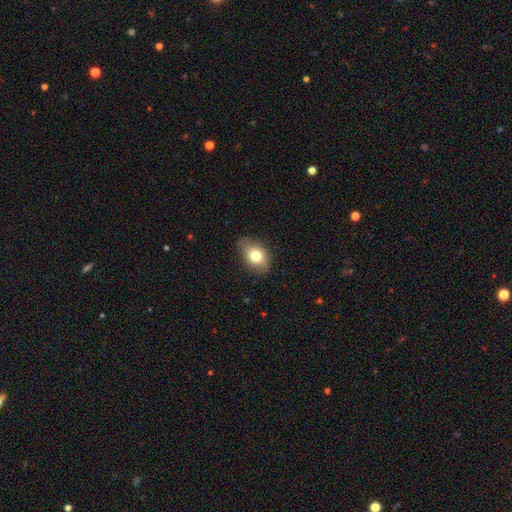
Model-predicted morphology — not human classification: smooth_or_featured: smooth (p=0.75) [alt: featured or disk p=0.16]
how_rounded: in between (p=0.76) [alt: round p=0.22]
merging: none (p=0.73) [alt: minor disturbance p=0.22]